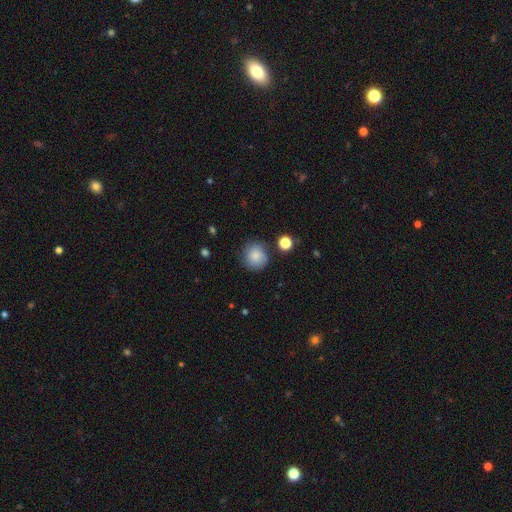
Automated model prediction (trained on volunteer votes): Smooth or featured?
  - smooth: 83% *
  - star or artifact: 9%
  - featured or disk: 8%
How rounded?
  - round: 91% *
  - in between: 8%
  - cigar-shaped: 1%
Merging?
  - none: 77% *
  - minor disturbance: 15%
  - major disturbance: 4%
  - merger: 4%